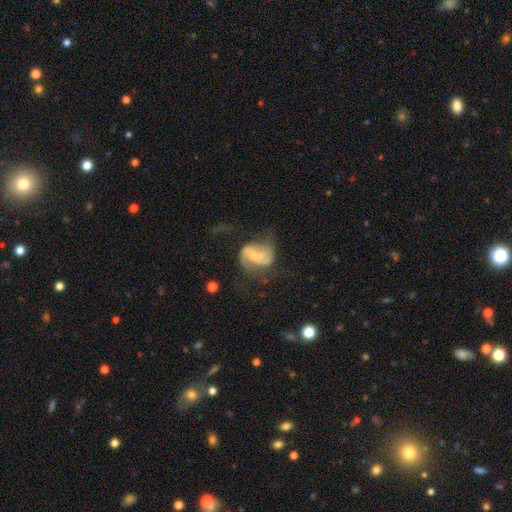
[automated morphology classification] Smooth or featured? Predicted: featured or disk (p=0.74). Edge-on disk? Predicted: no (p=0.97). Bar? Predicted: weak (p=0.42). Spiral arms? Predicted: yes (p=0.87). Spiral winding? Predicted: loose (p=0.45). Spiral arm count? Predicted: 2 (p=0.79). Bulge size? Predicted: small (p=0.58). Merging? Predicted: none (p=0.44).